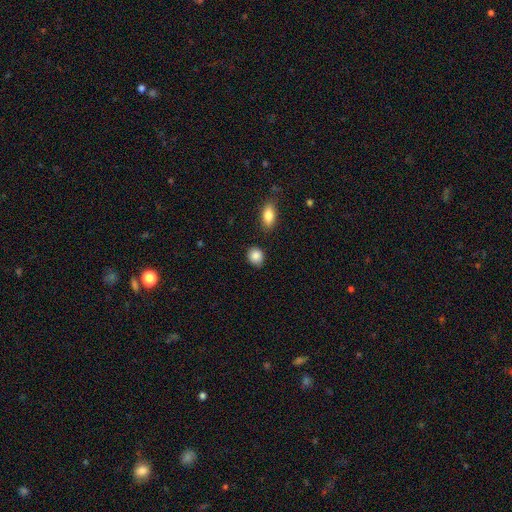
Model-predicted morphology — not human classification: Smooth or featured? Predicted: smooth (p=0.87). How rounded? Predicted: round (p=0.66). Merging? Predicted: none (p=0.84).